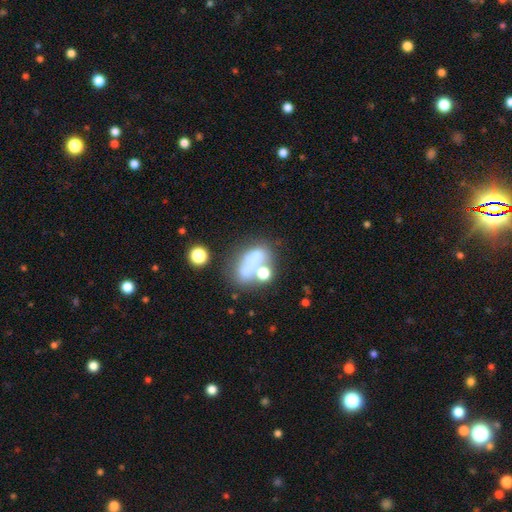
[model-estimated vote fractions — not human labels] Overall: smooth (55%; featured or disk 26%). How rounded: in between (72%). Merging: none (34%; merger 29%).